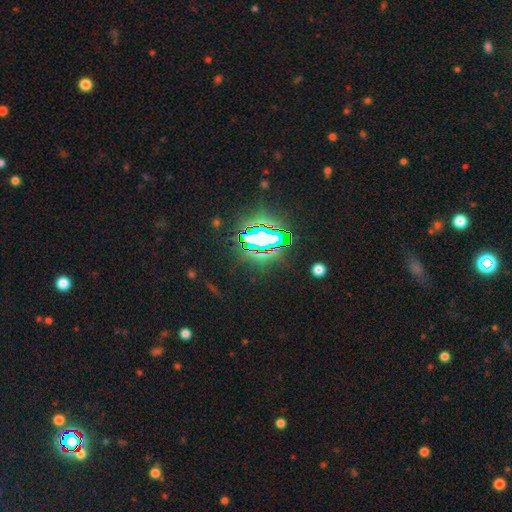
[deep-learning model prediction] smooth_or_featured: star or artifact (p=0.84) [alt: smooth p=0.09]